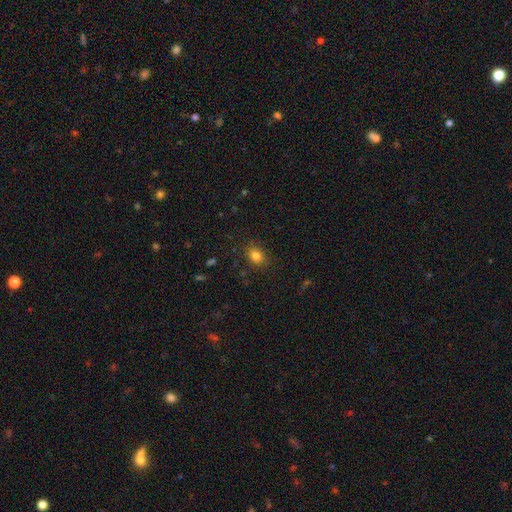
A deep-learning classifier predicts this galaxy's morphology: Smooth or featured: smooth — 81% (star or artifact — 12%)
How rounded: round — 51% (in between — 48%)
Merging: none — 86% (minor disturbance — 10%)